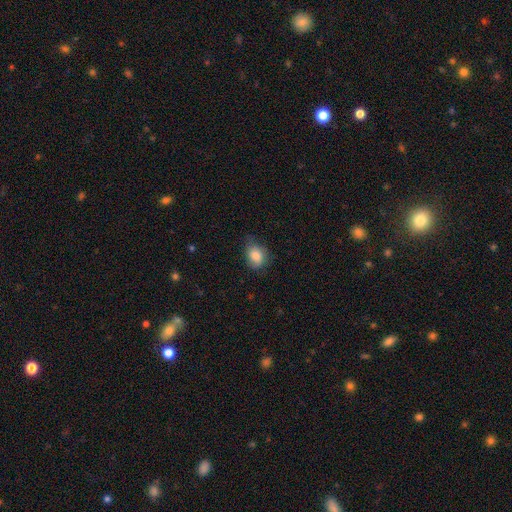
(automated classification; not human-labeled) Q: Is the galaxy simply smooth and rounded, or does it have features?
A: smooth — 82%.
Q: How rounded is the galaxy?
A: in between — 59%.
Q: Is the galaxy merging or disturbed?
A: none — 59%.